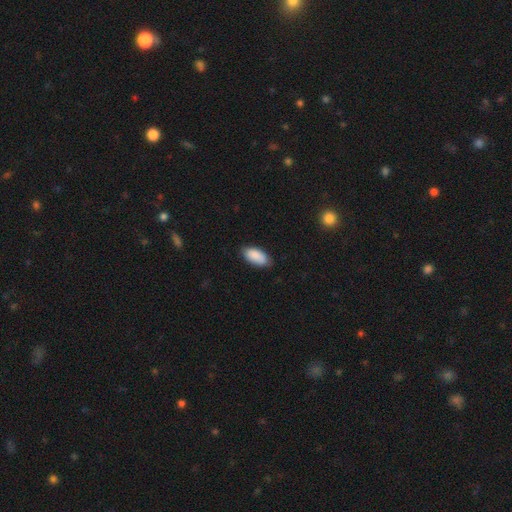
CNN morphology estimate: Overall: smooth (89%). How rounded: in between (92%). Merging: none (81%).